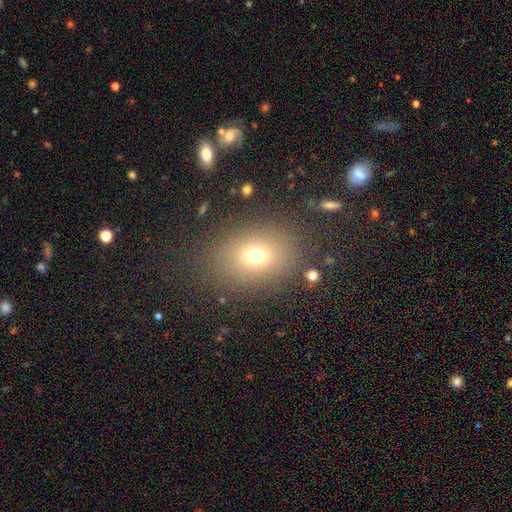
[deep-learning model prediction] Smooth or featured? Predicted: smooth (p=0.70). How rounded? Predicted: in between (p=0.56). Merging? Predicted: none (p=0.81).